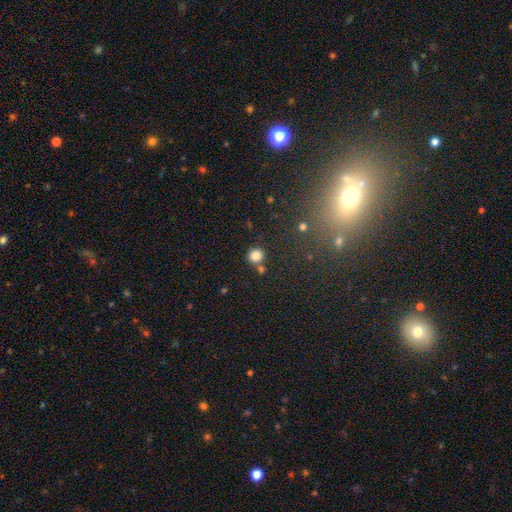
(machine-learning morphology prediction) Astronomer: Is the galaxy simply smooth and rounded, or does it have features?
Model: smooth — 83%.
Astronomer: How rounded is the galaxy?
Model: round — 93%.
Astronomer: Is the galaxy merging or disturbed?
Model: none — 78%.